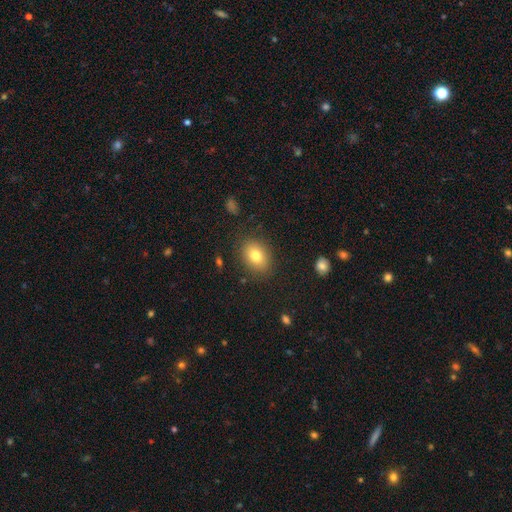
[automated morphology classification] Q: Smooth or featured?
A: smooth (80%); runner-up: featured or disk (11%)
Q: How rounded?
A: in between (63%); runner-up: round (36%)
Q: Merging?
A: none (84%); runner-up: minor disturbance (11%)